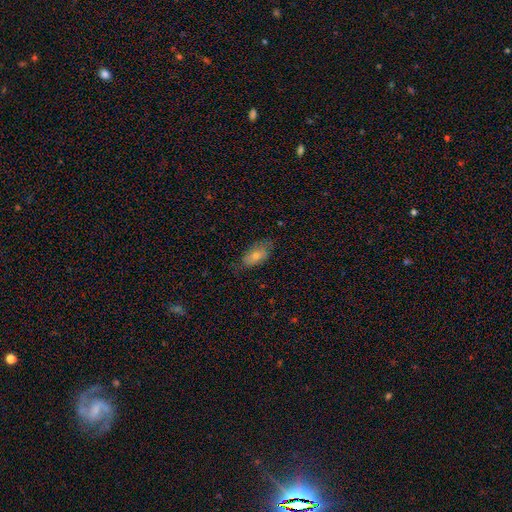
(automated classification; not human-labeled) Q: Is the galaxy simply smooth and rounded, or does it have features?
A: smooth — 56%.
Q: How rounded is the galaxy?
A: in between — 88%.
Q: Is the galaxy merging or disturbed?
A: none — 68%.